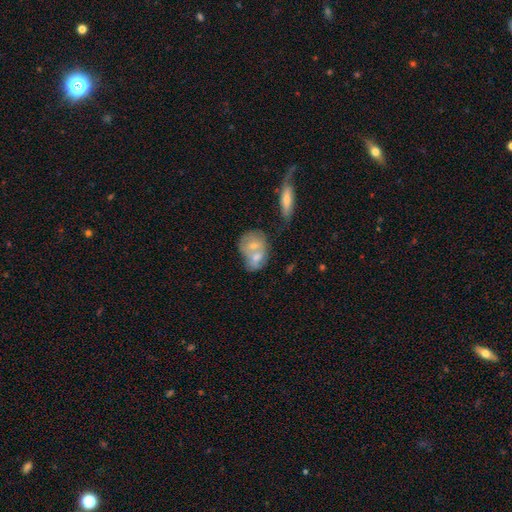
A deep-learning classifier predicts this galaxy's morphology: A smooth galaxy with no disk features (57%) that is in between round and cigar-shaped (62%).

Vote fractions:
- Smooth or featured? smooth: 57% / featured or disk: 36% / star or artifact: 7%
- How rounded? in between: 62% / round: 35% / cigar-shaped: 3%
- Merging? merger: 67% / none: 19% / minor disturbance: 9% / major disturbance: 5%